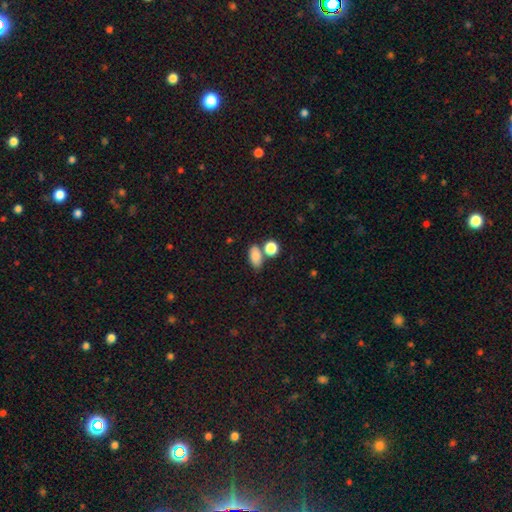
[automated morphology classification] A smooth galaxy with no disk features (84%) that is in between round and cigar-shaped (86%).

Vote fractions:
- Smooth or featured? smooth: 84% / star or artifact: 10% / featured or disk: 7%
- How rounded? in between: 86% / round: 11% / cigar-shaped: 4%
- Merging? none: 59% / merger: 22% / minor disturbance: 14% / major disturbance: 5%